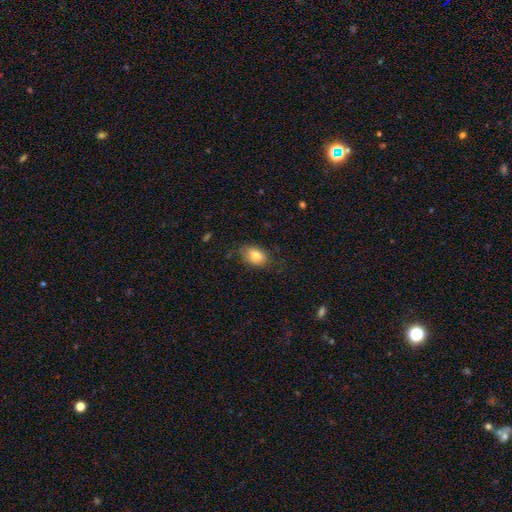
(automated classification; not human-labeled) This appears to be a smooth galaxy with no disk features (82%) that is in between round and cigar-shaped (84%). Merging: none (74%).